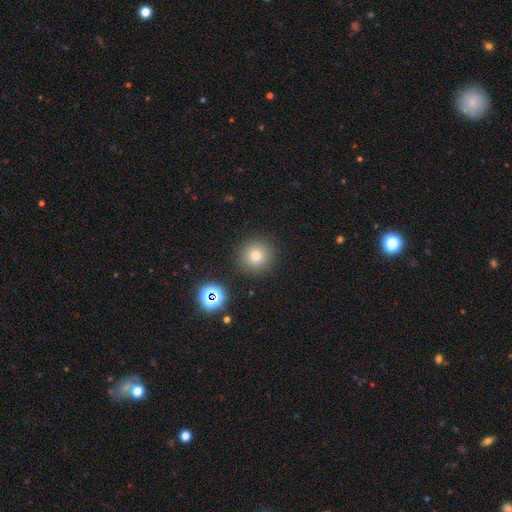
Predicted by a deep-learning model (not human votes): This appears to be a smooth galaxy with no disk features (74%) that is round (94%). Merging: none (89%).